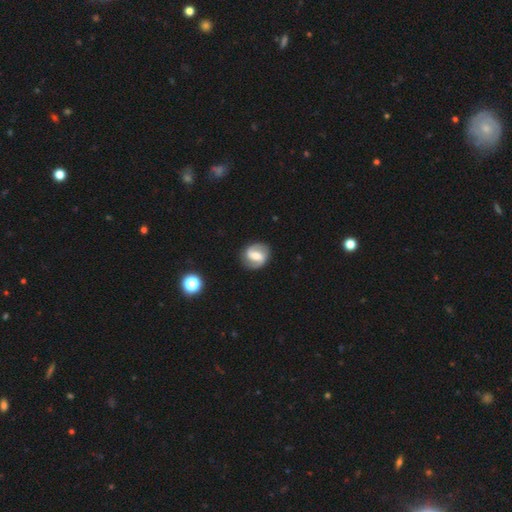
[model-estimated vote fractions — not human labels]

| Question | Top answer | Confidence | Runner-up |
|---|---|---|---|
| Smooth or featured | featured or disk | 73% | smooth (21%) |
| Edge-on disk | no | 97% | yes (3%) |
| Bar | strong | 43% | weak (41%) |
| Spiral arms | yes | 89% | no (11%) |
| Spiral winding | medium | 44% | loose (31%) |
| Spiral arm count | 2 | 90% | can't tell (5%) |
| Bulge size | moderate | 54% | small (27%) |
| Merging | none | 85% | minor disturbance (10%) |